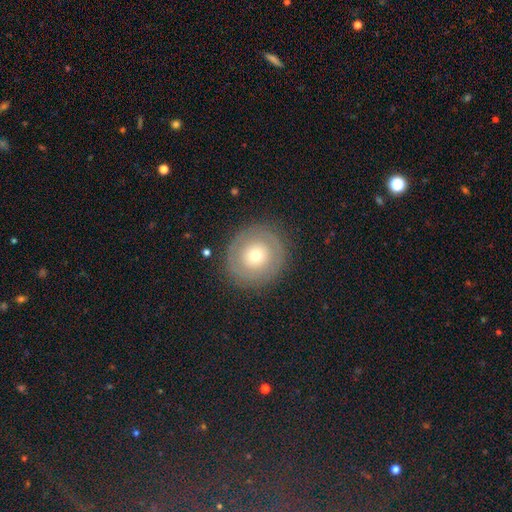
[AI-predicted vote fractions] Smooth or featured?
  - featured or disk: 46% * (tied)
  - smooth: 46% * (tied)
  - star or artifact: 8%
Merging?
  - none: 86% *
  - minor disturbance: 9%
  - major disturbance: 4%
  - merger: 1%